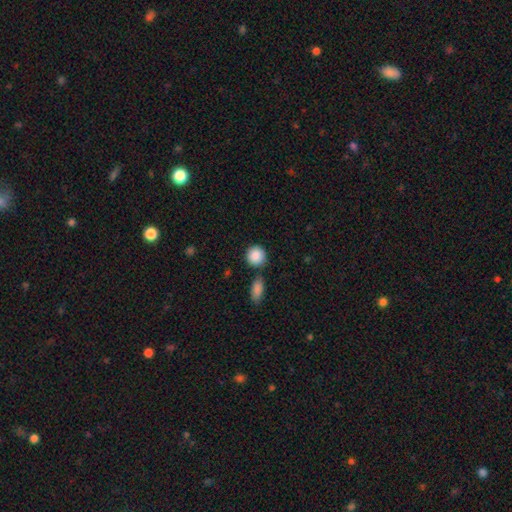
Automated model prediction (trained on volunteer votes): smooth 90%, star or artifact 7%, featured or disk 4%. Down the decision tree: how rounded — round (88%); merging — none (75%).